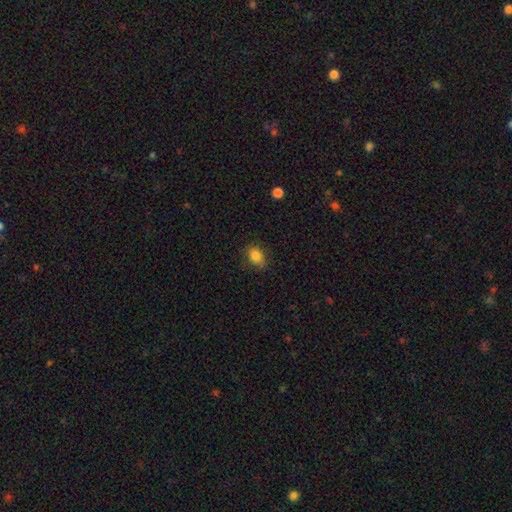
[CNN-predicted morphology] type=smooth (85%); roundness=in between (72%); merging=none (80%).